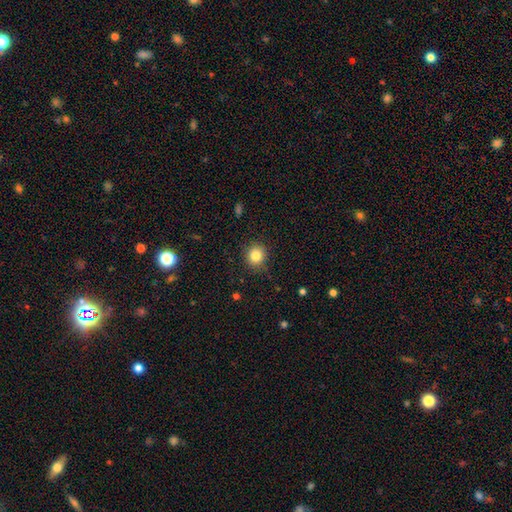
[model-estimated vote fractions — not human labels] smooth-or-featured: smooth: 83% | star or artifact: 11% | featured or disk: 6%
  how-rounded: round: 88% | in between: 11% | cigar-shaped: 1%
  merging: none: 88% | minor disturbance: 8% | major disturbance: 2% | merger: 1%